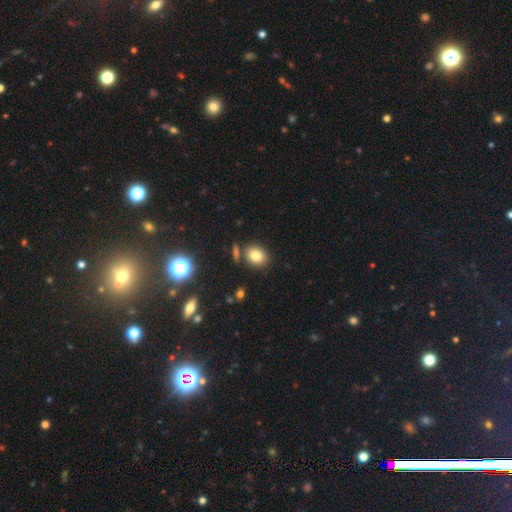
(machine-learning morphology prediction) type=smooth (79%); roundness=in between (50%); merging=none (79%).